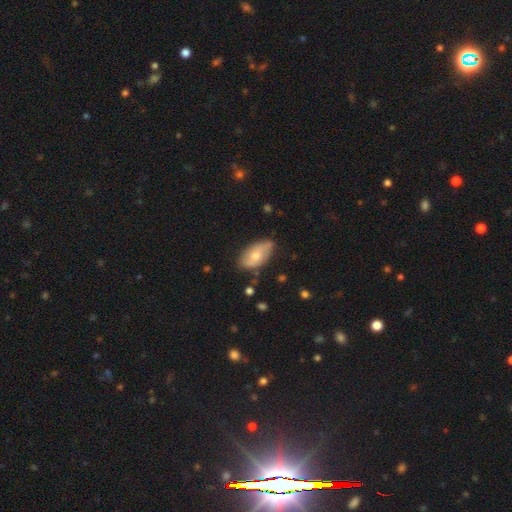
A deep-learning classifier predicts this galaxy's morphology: Q: Smooth or featured?
A: smooth (60%); runner-up: featured or disk (33%)
Q: How rounded?
A: in between (92%); runner-up: cigar-shaped (4%)
Q: Merging?
A: none (64%); runner-up: minor disturbance (28%)